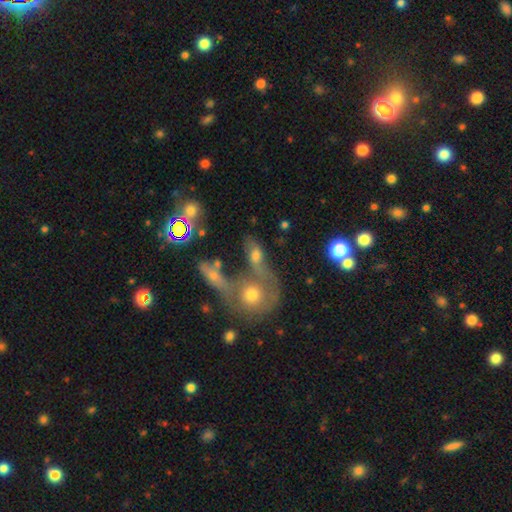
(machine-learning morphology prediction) The model was most divided on "merging": merger: 53%, none: 27%, minor disturbance: 11%, major disturbance: 9%. More confident: how rounded — in between (62%); smooth or featured — smooth (58%).